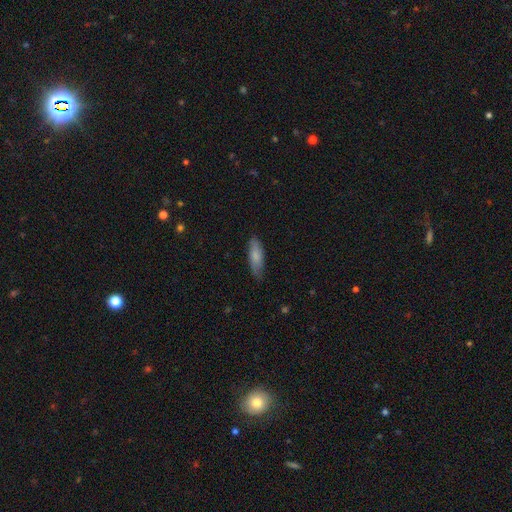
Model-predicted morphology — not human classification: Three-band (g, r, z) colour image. It shows a smooth galaxy with no disk features (77%) that is in between round and cigar-shaped (56%). Merging: none (76%).